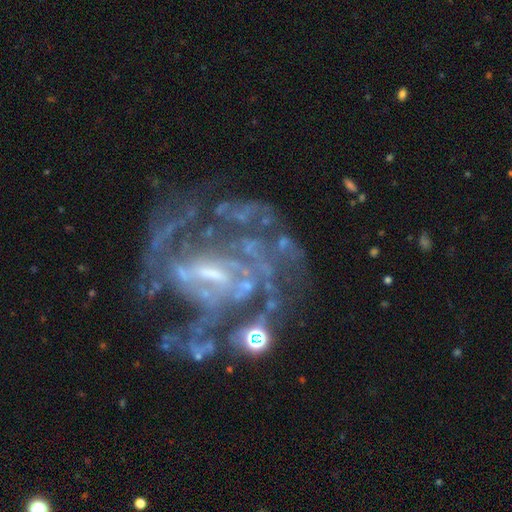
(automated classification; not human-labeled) The model was most divided on "spiral winding": tight: 46%, medium: 38%, loose: 16%. Remaining: edge-on disk — no (97%); smooth or featured — featured or disk (84%); spiral arms — yes (81%); bar — weak (49%); merging — none (47%); spiral arm count — can't tell (46%); bulge size — small (45%).